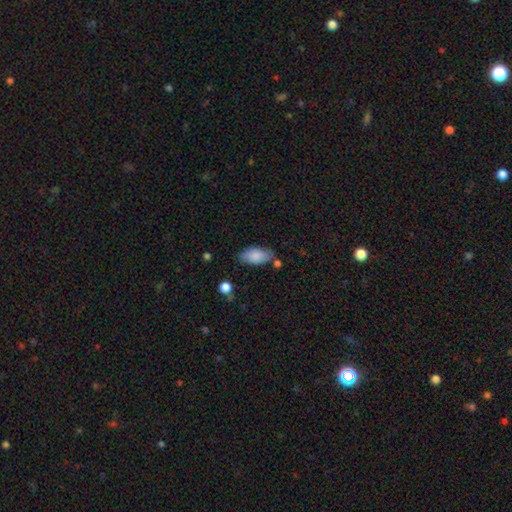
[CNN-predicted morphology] Smooth or featured?
  - smooth: 85% *
  - featured or disk: 8%
  - star or artifact: 6%
How rounded?
  - in between: 93% *
  - cigar-shaped: 4%
  - round: 2%
Merging?
  - none: 72% *
  - minor disturbance: 18%
  - merger: 6%
  - major disturbance: 4%